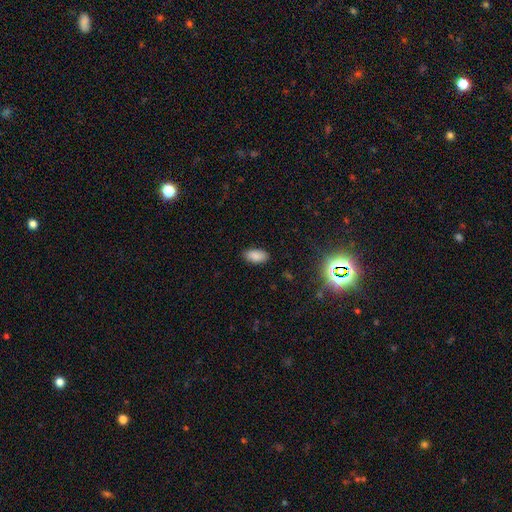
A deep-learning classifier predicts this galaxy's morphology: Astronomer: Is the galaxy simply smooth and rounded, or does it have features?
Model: smooth — 87%.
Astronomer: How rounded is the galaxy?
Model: in between — 94%.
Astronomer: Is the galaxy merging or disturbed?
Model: none — 87%.